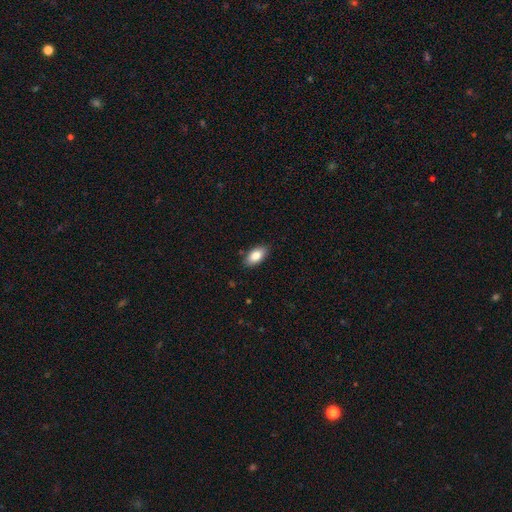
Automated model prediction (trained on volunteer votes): smooth-or-featured: smooth: 83% | featured or disk: 10% | star or artifact: 7%
  how-rounded: in between: 92% | cigar-shaped: 4% | round: 4%
  merging: none: 85% | minor disturbance: 11% | major disturbance: 2% | merger: 1%